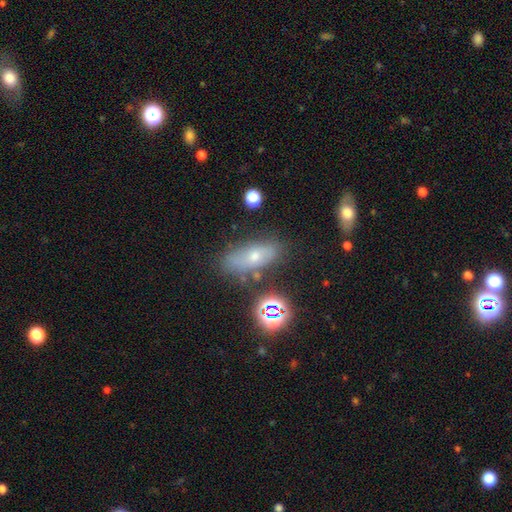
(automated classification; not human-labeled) A smooth galaxy with no disk features (53%) that is in between round and cigar-shaped (70%).

Vote fractions:
- Smooth or featured? smooth: 53% / featured or disk: 27% / star or artifact: 19%
- How rounded? in between: 70% / cigar-shaped: 23% / round: 8%
- Merging? none: 72% / minor disturbance: 17% / merger: 6% / major disturbance: 5%